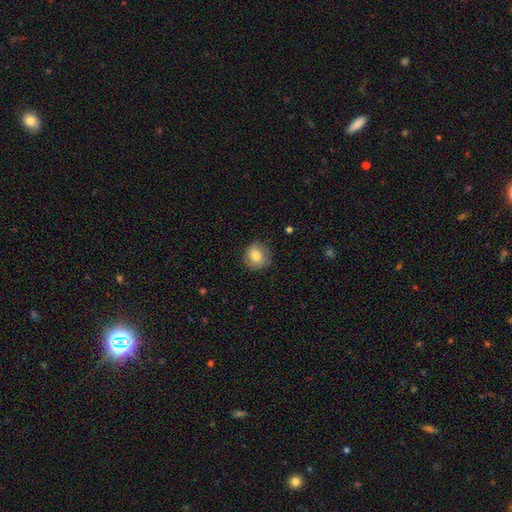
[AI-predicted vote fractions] Q: Smooth or featured?
A: smooth (73%); runner-up: featured or disk (19%)
Q: How rounded?
A: round (82%); runner-up: in between (17%)
Q: Merging?
A: none (78%); runner-up: minor disturbance (16%)